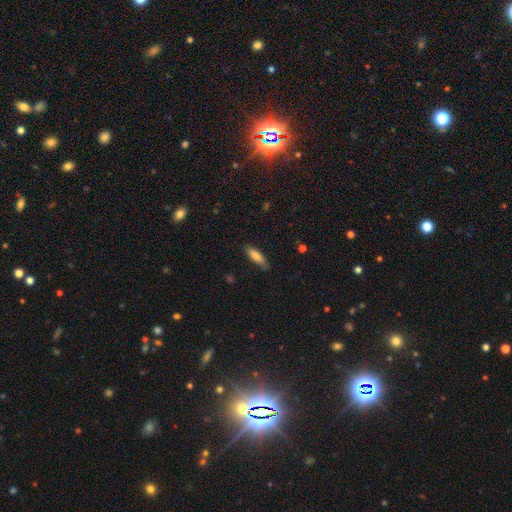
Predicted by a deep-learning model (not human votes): The model was most divided on "how rounded": cigar-shaped: 51%, in between: 48%, round: 2%. More confident: merging — none (80%); smooth or featured — smooth (77%).